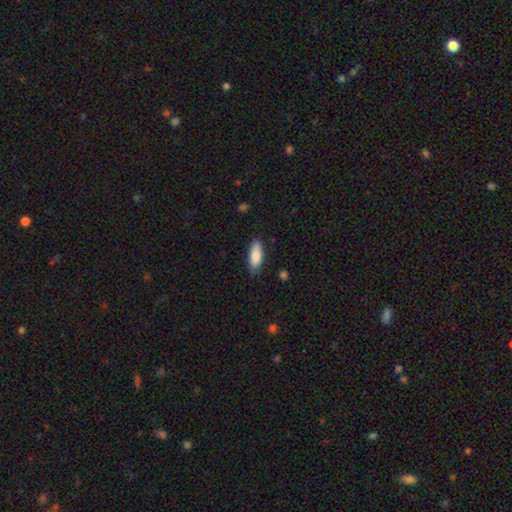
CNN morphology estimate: smooth 85%, featured or disk 9%, star or artifact 6%. Down the decision tree: how rounded — in between (78%); merging — none (79%).